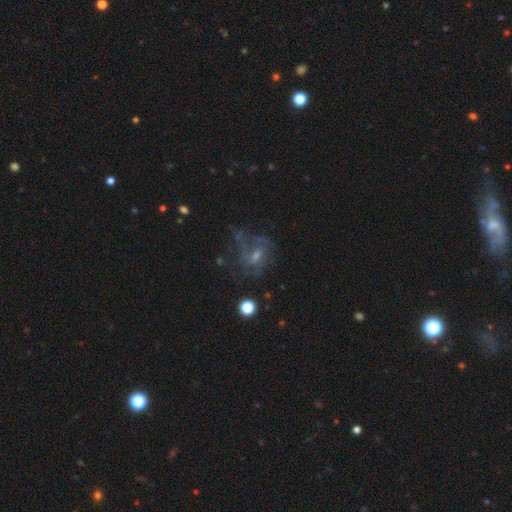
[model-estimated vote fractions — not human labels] smooth-or-featured: featured or disk: 60% | star or artifact: 20% | smooth: 20%
  disk-edge-on: no: 96% | yes: 4%
    bar: no: 55% | weak: 37% | strong: 8%
    has-spiral-arms: yes: 65% | no: 35%
    bulge-size: small: 46% | moderate: 38% | none: 11% | large: 4% | dominant: 1%
  merging: none: 47% | major disturbance: 30% | minor disturbance: 19% | merger: 4%